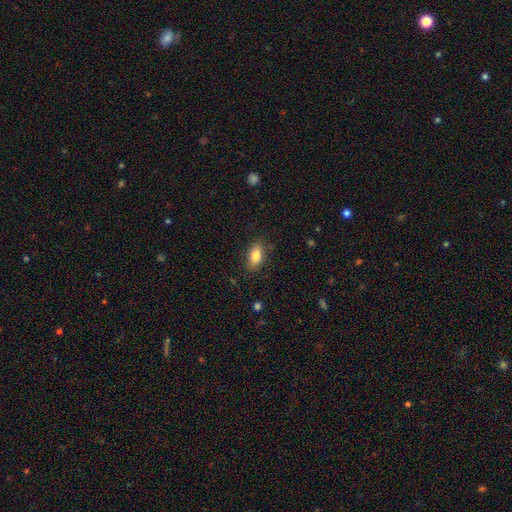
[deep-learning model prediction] A smooth galaxy with no disk features (82%) that is in between round and cigar-shaped (88%). Merging: none (84%).